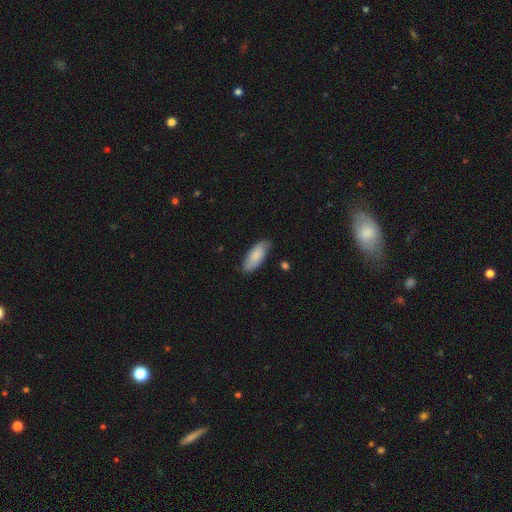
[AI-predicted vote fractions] Smooth or featured? Predicted: smooth (p=0.82). How rounded? Predicted: in between (p=0.81). Merging? Predicted: none (p=0.78).